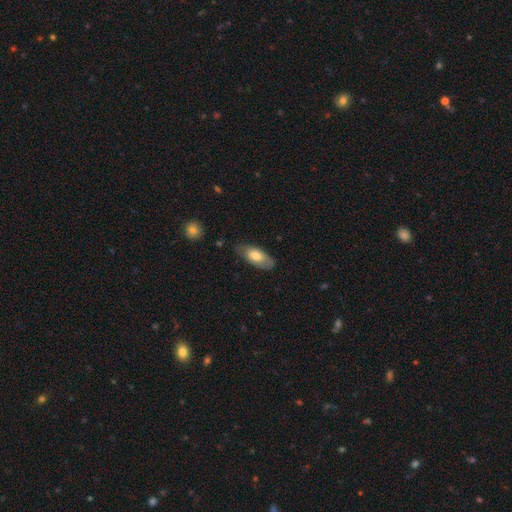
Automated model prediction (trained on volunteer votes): Morphology: type=smooth (68%); roundness=in between (87%); merging=none (73%).